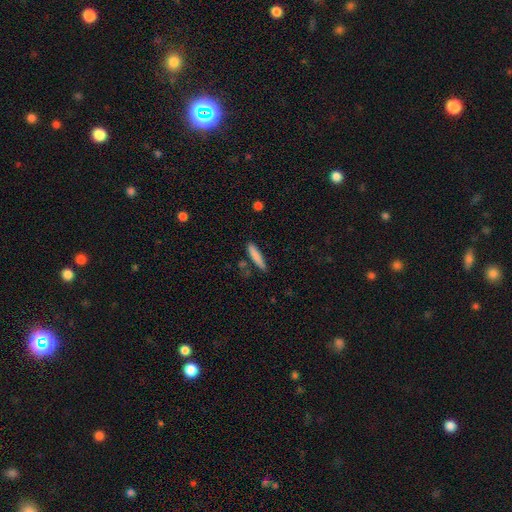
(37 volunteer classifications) smooth_or_featured: smooth (p=0.81) [alt: featured or disk p=0.14]
how_rounded: cigar-shaped (p=0.90) [alt: in between p=0.10]
merging: none (p=0.77) [alt: minor disturbance p=0.23]